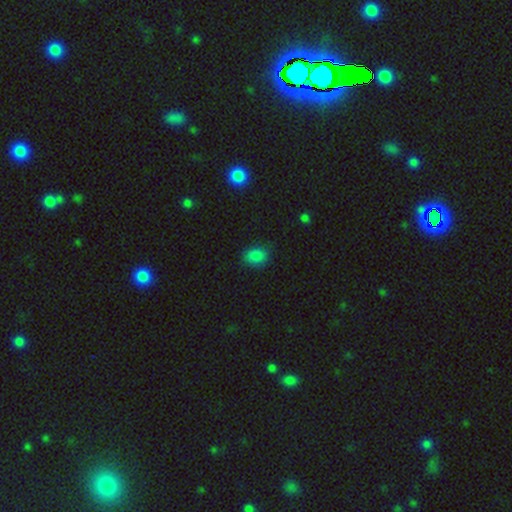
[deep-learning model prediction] Smooth or featured: smooth — 84% (star or artifact — 12%)
How rounded: in between — 57% (round — 42%)
Merging: none — 81% (minor disturbance — 15%)